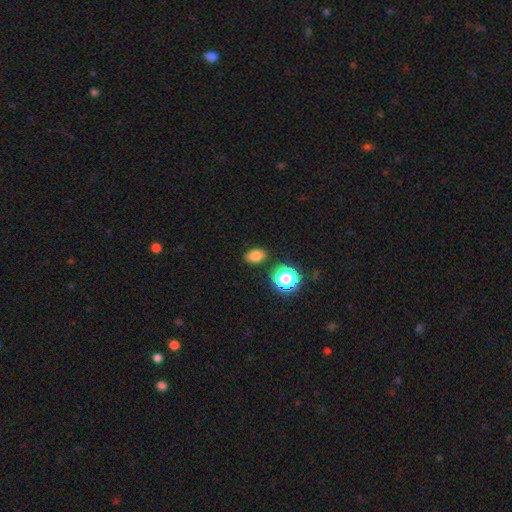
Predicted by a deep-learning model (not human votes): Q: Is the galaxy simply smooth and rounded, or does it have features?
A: smooth — 80%.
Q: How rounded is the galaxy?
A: in between — 77%.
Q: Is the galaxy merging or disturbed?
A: none — 85%.